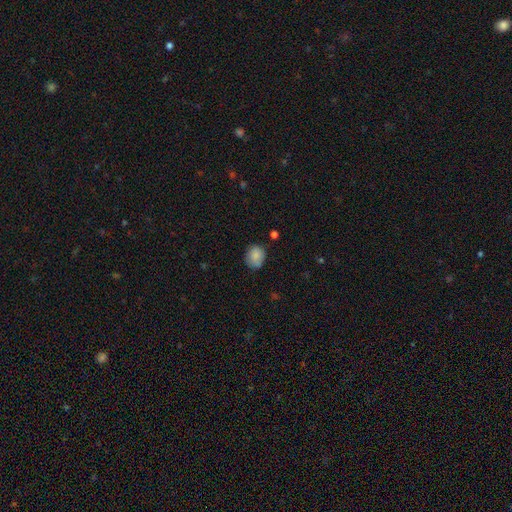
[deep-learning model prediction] Q: Smooth or featured?
A: smooth (84%); runner-up: featured or disk (8%)
Q: How rounded?
A: round (64%); runner-up: in between (35%)
Q: Merging?
A: none (70%); runner-up: minor disturbance (23%)